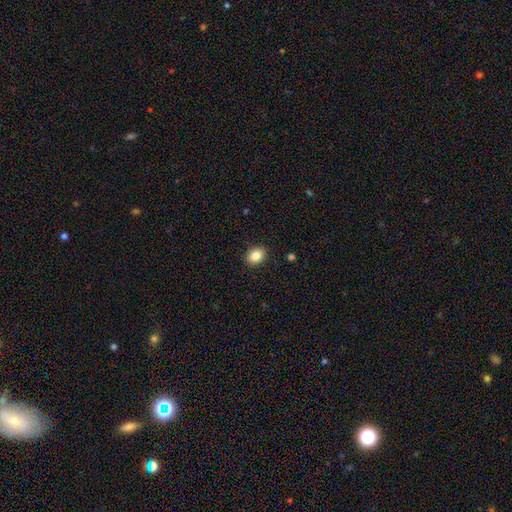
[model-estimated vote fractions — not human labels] Smooth or featured? Predicted: smooth (p=0.85). How rounded? Predicted: in between (p=0.64). Merging? Predicted: none (p=0.90).